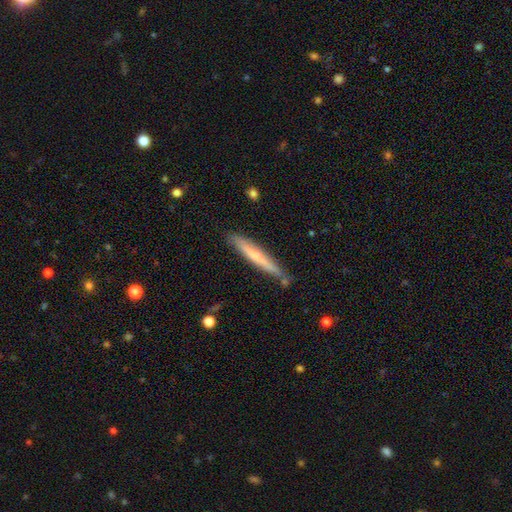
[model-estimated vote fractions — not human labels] A smooth galaxy with no disk features (50%). Merging: none (80%).